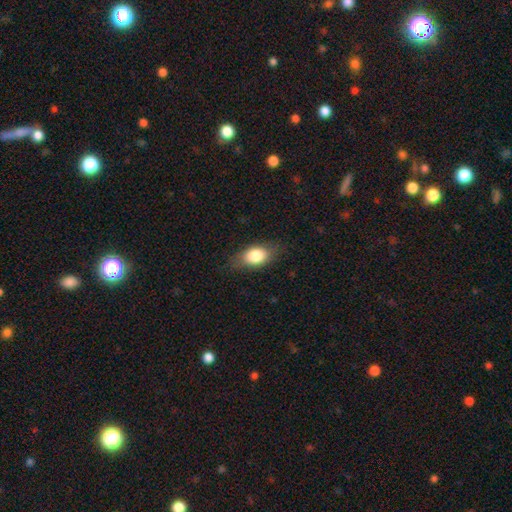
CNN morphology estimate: smooth-or-featured: smooth: 79% | featured or disk: 13% | star or artifact: 7%
  how-rounded: in between: 83% | round: 12% | cigar-shaped: 5%
  merging: none: 78% | minor disturbance: 16% | major disturbance: 5% | merger: 1%